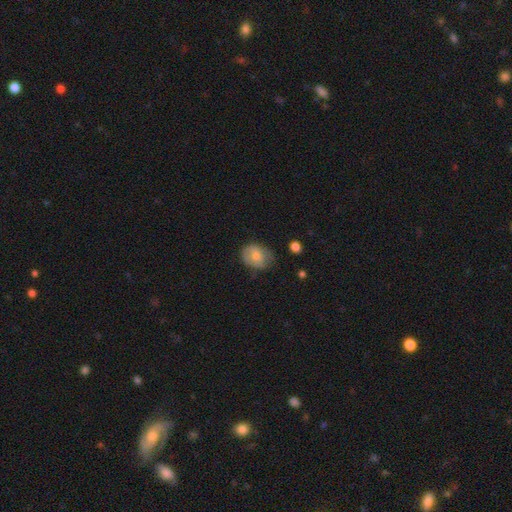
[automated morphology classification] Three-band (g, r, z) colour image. It shows a smooth galaxy with no disk features (67%) that is in between round and cigar-shaped (52%). Merging: none (62%).